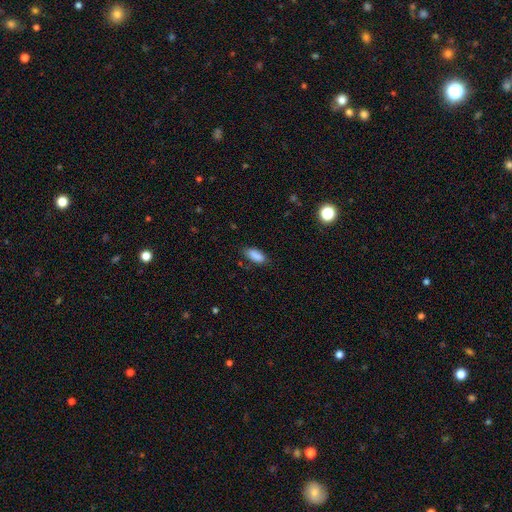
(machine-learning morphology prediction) smooth_or_featured: smooth (p=0.88) [alt: star or artifact p=0.07]
how_rounded: in between (p=0.86) [alt: cigar-shaped p=0.12]
merging: none (p=0.78) [alt: minor disturbance p=0.17]